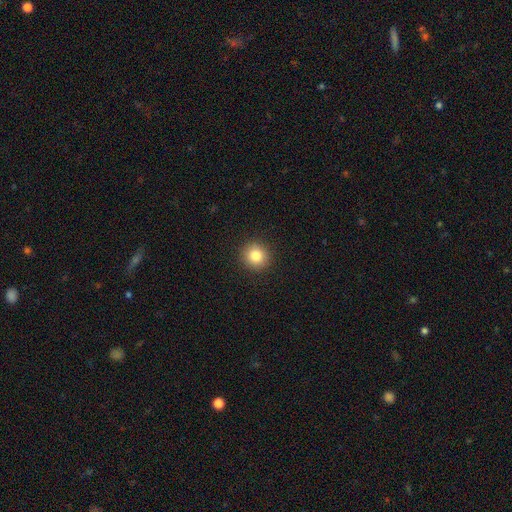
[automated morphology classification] Overall: smooth (83%). How rounded: round (92%). Merging: none (92%).